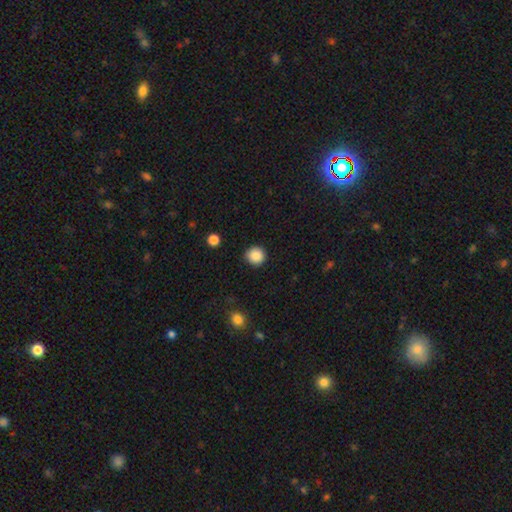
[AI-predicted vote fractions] Q: Smooth or featured?
A: smooth (88%); runner-up: star or artifact (9%)
Q: How rounded?
A: round (94%); runner-up: in between (5%)
Q: Merging?
A: none (90%); runner-up: minor disturbance (7%)